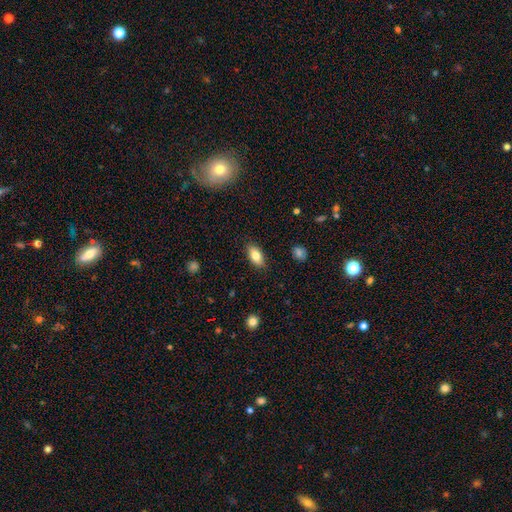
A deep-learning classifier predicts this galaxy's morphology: A smooth galaxy with no disk features (80%) that is in between round and cigar-shaped (89%).

Vote fractions:
- Smooth or featured? smooth: 80% / featured or disk: 12% / star or artifact: 7%
- How rounded? in between: 89% / cigar-shaped: 7% / round: 4%
- Merging? none: 86% / minor disturbance: 10% / major disturbance: 2% / merger: 1%